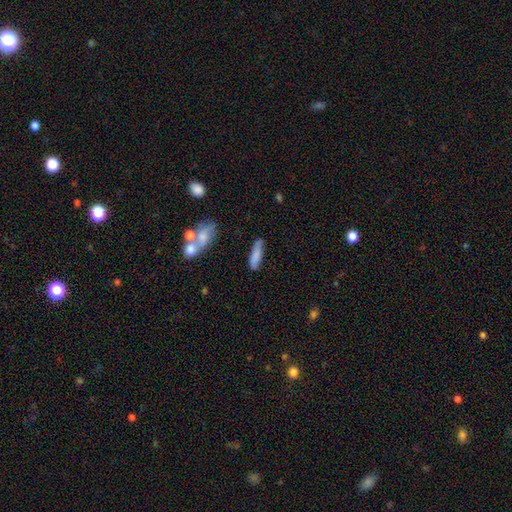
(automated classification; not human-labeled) smooth 80%, featured or disk 13%, star or artifact 7%. Down the decision tree: how rounded — cigar-shaped (70%); merging — none (75%).